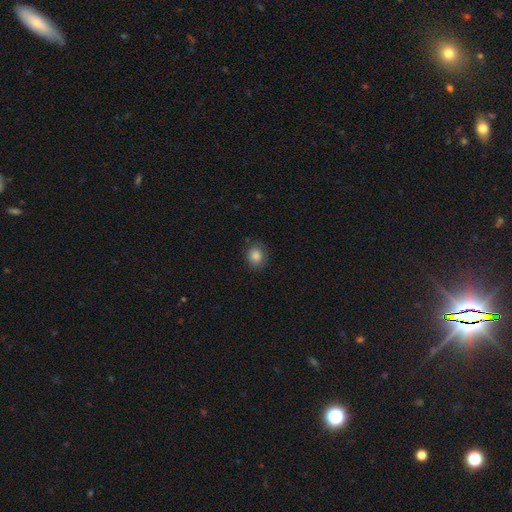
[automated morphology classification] type=smooth (85%); roundness=round (69%); merging=none (81%).